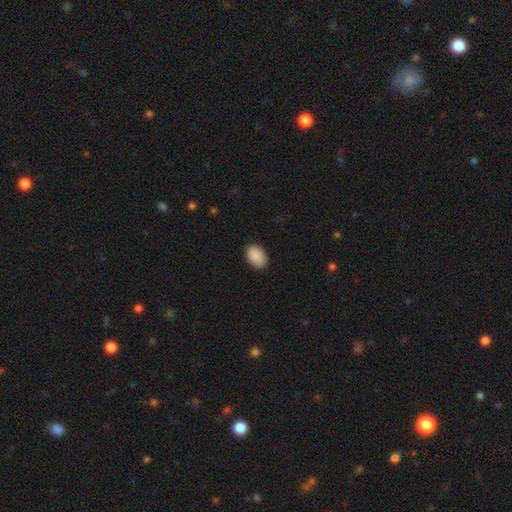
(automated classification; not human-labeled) A smooth galaxy with no disk features (91%) that is in between round and cigar-shaped (88%). Merging: none (88%).